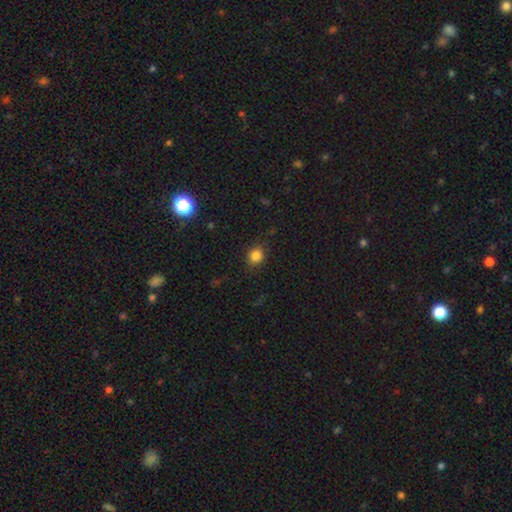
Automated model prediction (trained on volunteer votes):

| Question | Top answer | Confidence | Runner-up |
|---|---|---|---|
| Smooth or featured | smooth | 83% | star or artifact (12%) |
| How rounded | round | 78% | in between (21%) |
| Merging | none | 85% | minor disturbance (10%) |